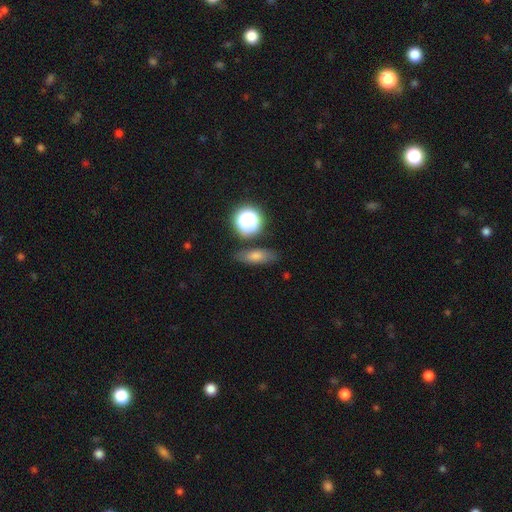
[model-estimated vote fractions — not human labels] smooth 61%, star or artifact 20%, featured or disk 19%. Down the decision tree: how rounded — in between (47%); merging — none (81%).